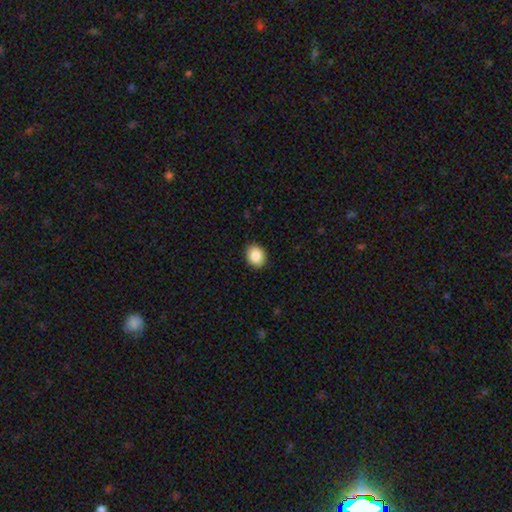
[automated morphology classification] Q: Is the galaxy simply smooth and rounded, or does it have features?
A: smooth — 88%.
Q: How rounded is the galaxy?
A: round — 57%.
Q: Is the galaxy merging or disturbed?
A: none — 90%.